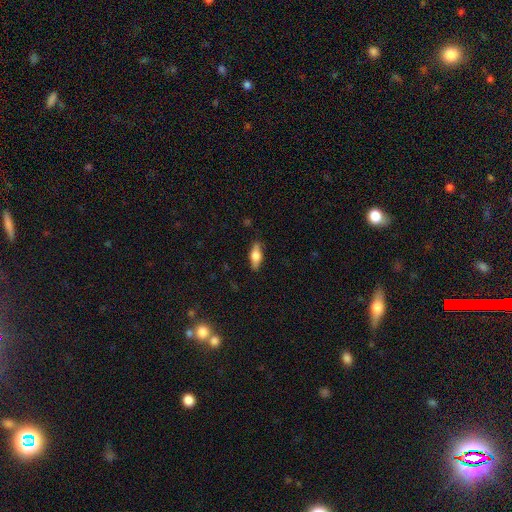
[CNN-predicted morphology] Smooth or featured?
  - smooth: 57% *
  - featured or disk: 37%
  - star or artifact: 7%
How rounded?
  - in between: 67% *
  - cigar-shaped: 30%
  - round: 4%
Merging?
  - none: 85% *
  - minor disturbance: 12%
  - major disturbance: 2%
  - merger: 1%